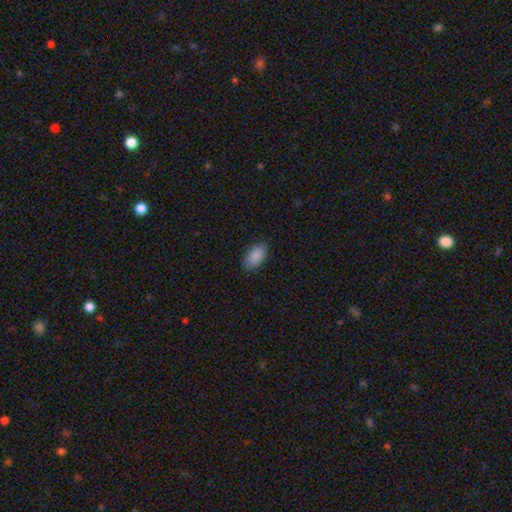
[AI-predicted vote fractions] A smooth galaxy with no disk features (90%) that is in between round and cigar-shaped (94%). Merging: none (85%).